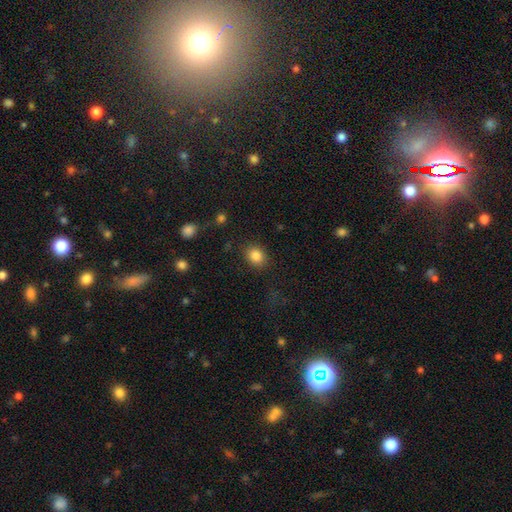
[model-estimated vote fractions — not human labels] Smooth or featured: smooth — 85% (star or artifact — 10%)
How rounded: round — 58% (in between — 41%)
Merging: none — 85% (minor disturbance — 10%)